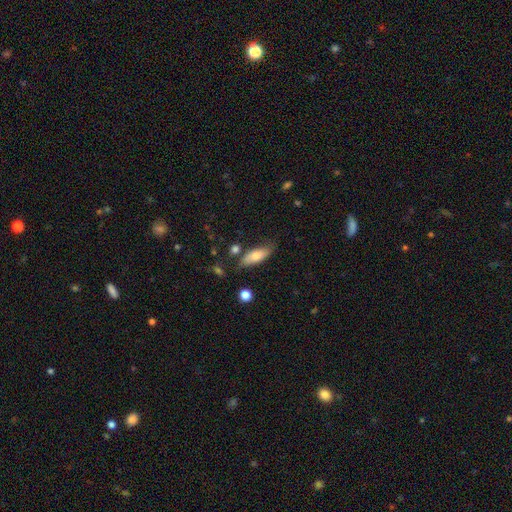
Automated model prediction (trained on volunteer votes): This is likely a smooth galaxy (72%). How rounded: likely in between (74%). Merging: likely none (72%).